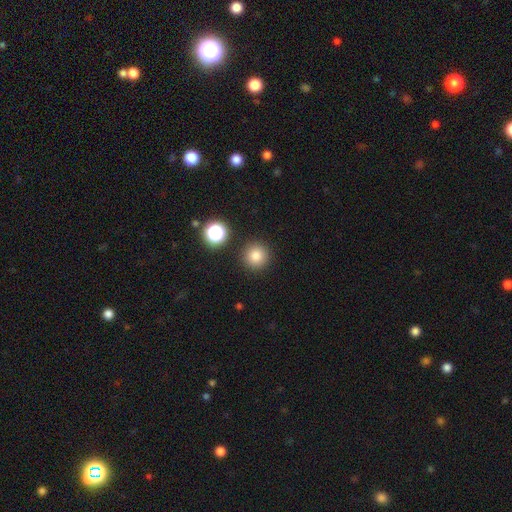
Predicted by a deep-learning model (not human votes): Smooth or featured: smooth — 81% (star or artifact — 13%)
How rounded: round — 95% (in between — 4%)
Merging: none — 90% (minor disturbance — 5%)